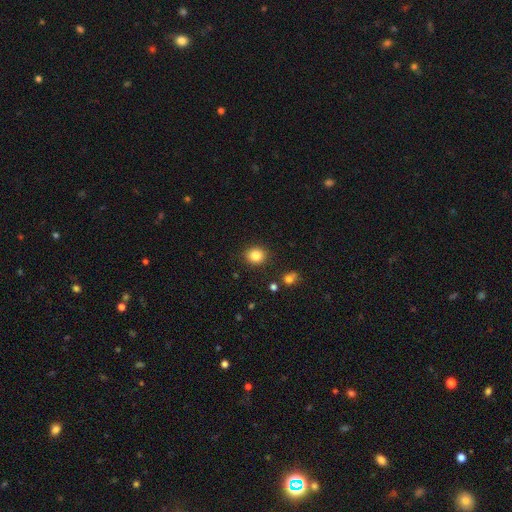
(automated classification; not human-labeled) A smooth galaxy with no disk features (84%) that is round (79%). Merging: none (89%).